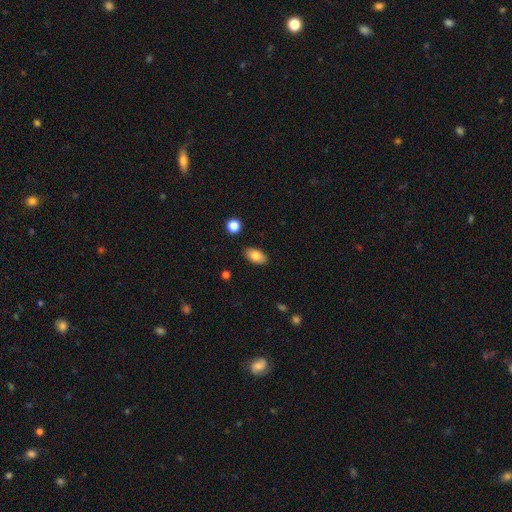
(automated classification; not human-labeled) smooth-or-featured: smooth: 83% | featured or disk: 9% | star or artifact: 8%
  how-rounded: in between: 93% | round: 5% | cigar-shaped: 2%
  merging: none: 87% | minor disturbance: 9% | major disturbance: 2% | merger: 2%